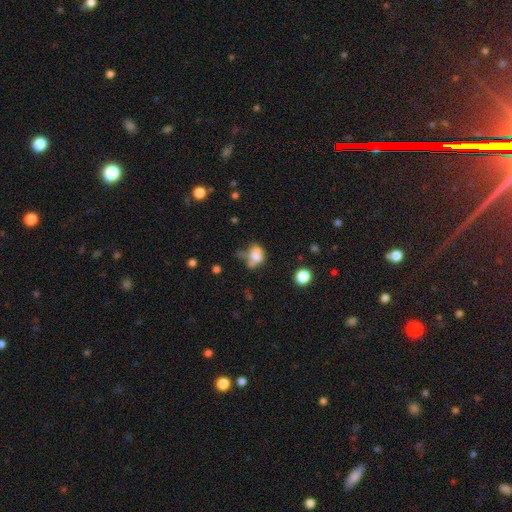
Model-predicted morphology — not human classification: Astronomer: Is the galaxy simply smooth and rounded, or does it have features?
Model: smooth — 69%.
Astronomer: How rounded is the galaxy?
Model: in between — 66%.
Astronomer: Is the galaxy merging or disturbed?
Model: none — 28% (runner-up: major disturbance, 25%).